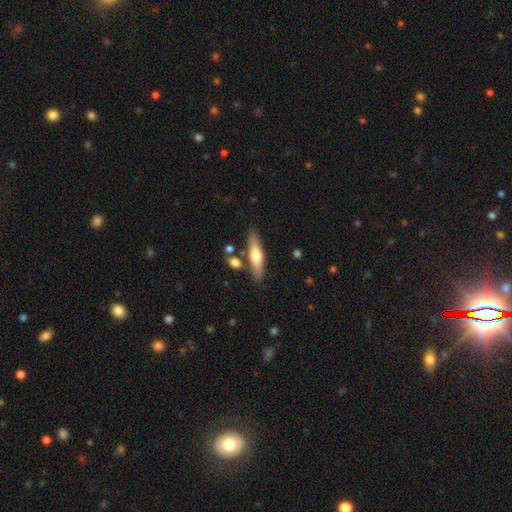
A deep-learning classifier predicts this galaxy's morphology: Smooth or featured? smooth (55%)
How rounded? cigar-shaped (69%)
Merging? none (78%)